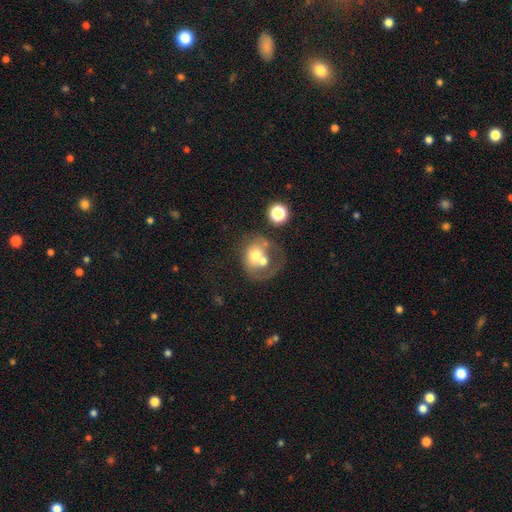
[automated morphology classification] Smooth or featured? smooth (46%)
Merging? merger (54%)